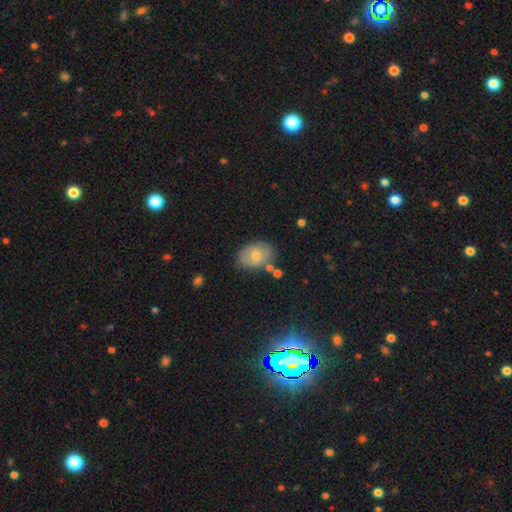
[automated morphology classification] A smooth galaxy with no disk features (56%) that is in between round and cigar-shaped (74%).

Vote fractions:
- Smooth or featured? smooth: 56% / featured or disk: 32% / star or artifact: 11%
- How rounded? in between: 74% / round: 25% / cigar-shaped: 1%
- Merging? none: 74% / minor disturbance: 17% / merger: 5% / major disturbance: 4%